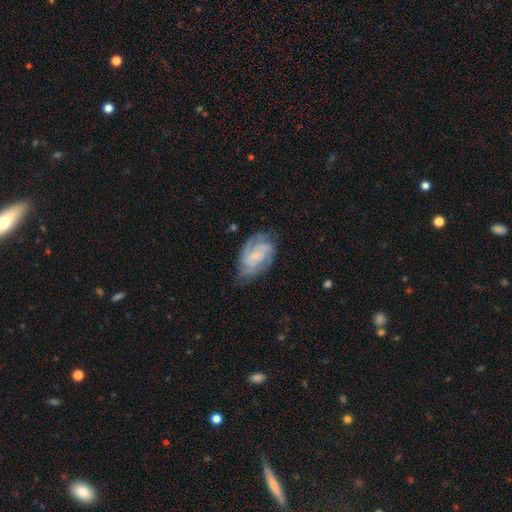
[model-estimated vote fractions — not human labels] Smooth or featured? Predicted: featured or disk (p=0.74). Edge-on disk? Predicted: no (p=0.96). Bar? Predicted: no (p=0.54). Spiral arms? Predicted: yes (p=0.90). Spiral winding? Predicted: tight (p=0.43). Spiral arm count? Predicted: can't tell (p=0.32). Bulge size? Predicted: small (p=0.73). Merging? Predicted: none (p=0.61).